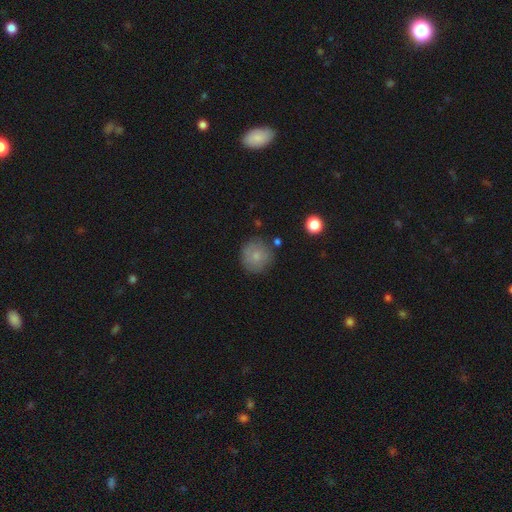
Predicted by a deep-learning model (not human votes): This appears to be a smooth galaxy with no disk features (76%) that is round (92%). Merging: none (79%).